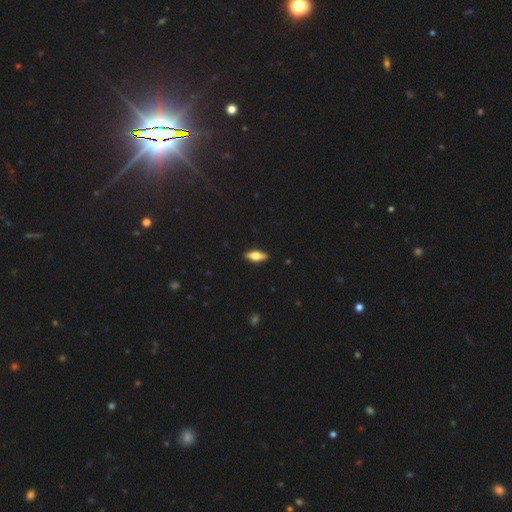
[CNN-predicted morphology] Q: Smooth or featured?
A: smooth (51%); runner-up: featured or disk (42%)
Q: How rounded?
A: in between (66%); runner-up: cigar-shaped (30%)
Q: Merging?
A: none (90%); runner-up: minor disturbance (8%)